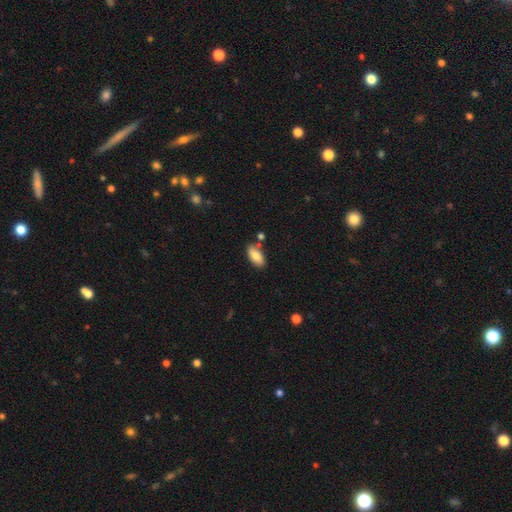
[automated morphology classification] smooth 81%, featured or disk 12%, star or artifact 7%. Down the decision tree: how rounded — in between (88%); merging — none (77%).